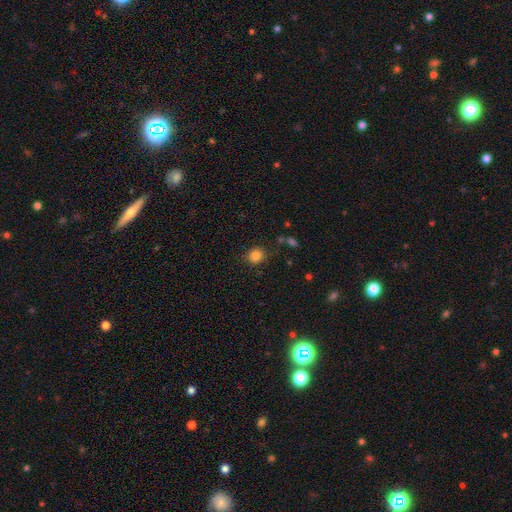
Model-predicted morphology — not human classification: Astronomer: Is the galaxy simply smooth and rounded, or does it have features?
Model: smooth — 84%.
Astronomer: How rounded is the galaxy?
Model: round — 83%.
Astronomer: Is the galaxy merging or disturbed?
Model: none — 83%.